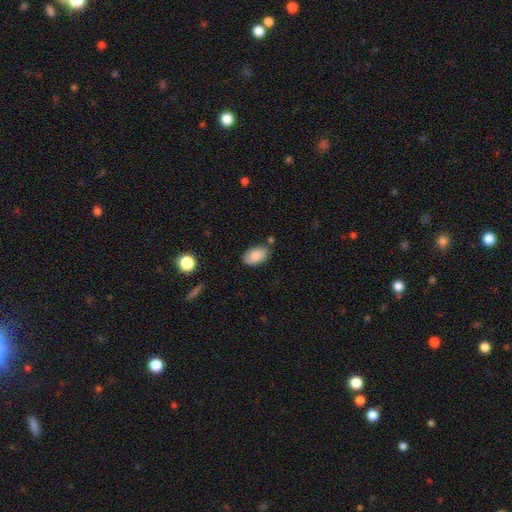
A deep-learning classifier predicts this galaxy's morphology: Smooth or featured: smooth — 87% (star or artifact — 7%)
How rounded: in between — 92% (round — 7%)
Merging: none — 73% (minor disturbance — 18%)